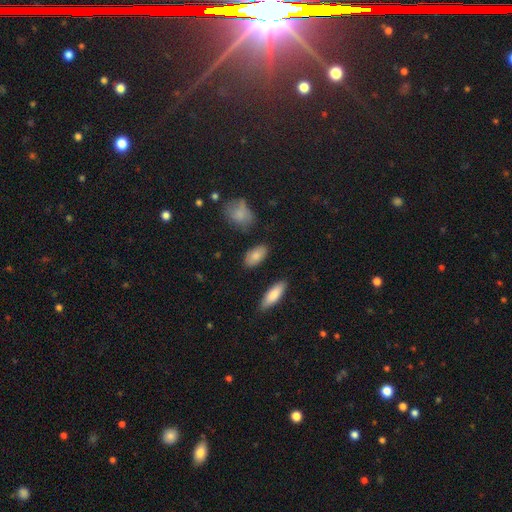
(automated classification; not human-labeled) Smooth or featured? Predicted: smooth (p=0.83). How rounded? Predicted: in between (p=0.92). Merging? Predicted: none (p=0.81).